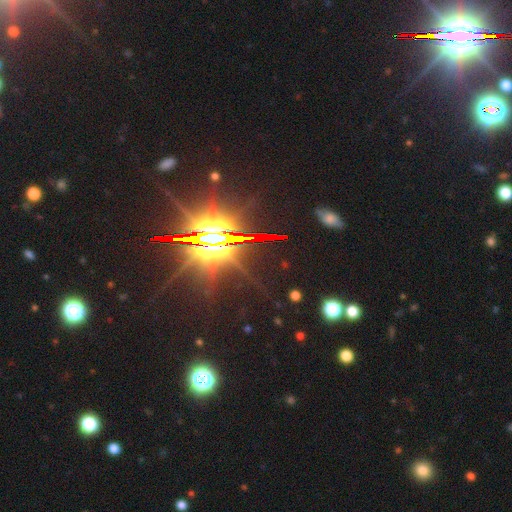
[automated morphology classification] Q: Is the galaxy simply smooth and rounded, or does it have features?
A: star or artifact — 83%.